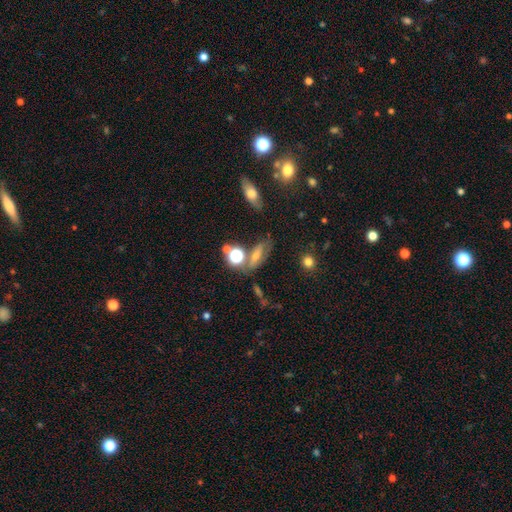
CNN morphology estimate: smooth-or-featured: smooth: 45% | featured or disk: 29% | star or artifact: 26%
  merging: none: 57% | minor disturbance: 17% | merger: 16% | major disturbance: 10%